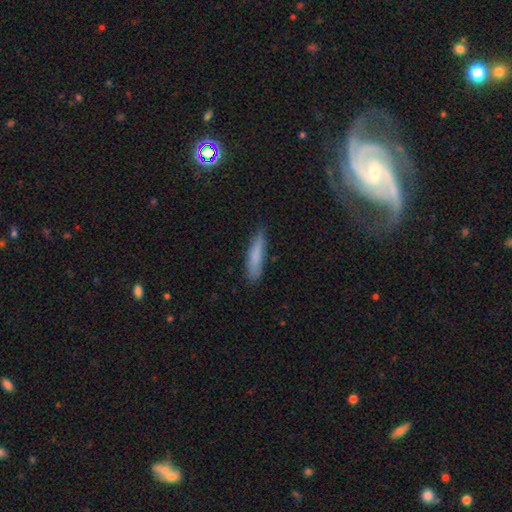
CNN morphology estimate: Q: Smooth or featured?
A: smooth (78%); runner-up: featured or disk (14%)
Q: How rounded?
A: cigar-shaped (81%); runner-up: in between (17%)
Q: Merging?
A: none (80%); runner-up: minor disturbance (16%)